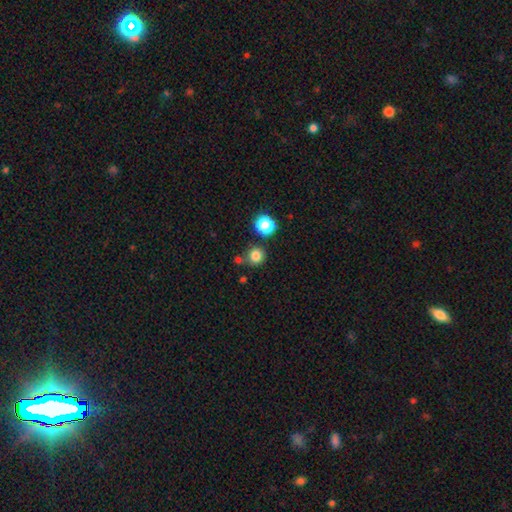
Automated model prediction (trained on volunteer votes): A smooth galaxy with no disk features (81%) that is round (92%).

Vote fractions:
- Smooth or featured? smooth: 81% / star or artifact: 14% / featured or disk: 5%
- How rounded? round: 92% / in between: 7% / cigar-shaped: 1%
- Merging? none: 75% / merger: 12% / minor disturbance: 10% / major disturbance: 3%